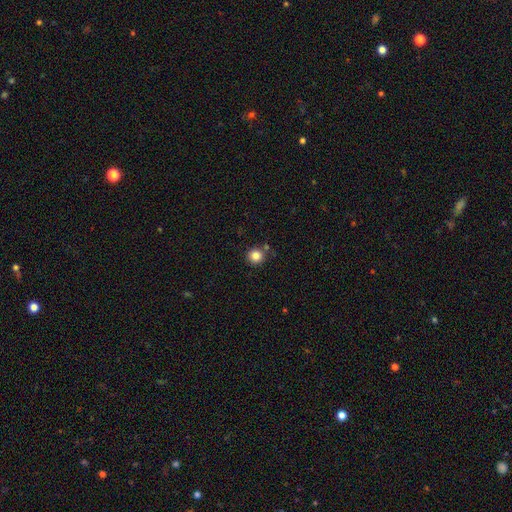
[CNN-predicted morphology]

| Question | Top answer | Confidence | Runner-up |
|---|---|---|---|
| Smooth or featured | smooth | 83% | star or artifact (11%) |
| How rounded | round | 94% | in between (6%) |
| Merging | none | 81% | minor disturbance (9%) |